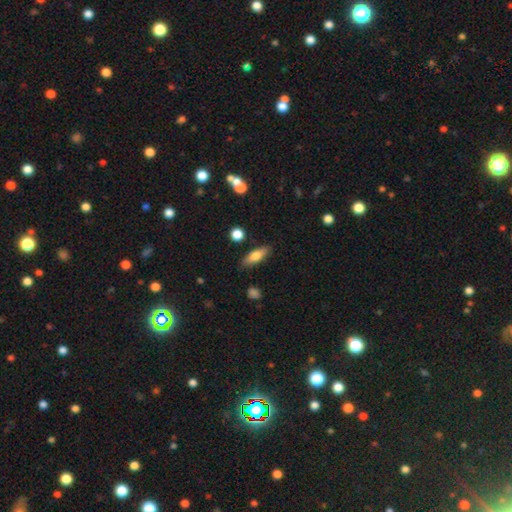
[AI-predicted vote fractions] This appears to be a smooth galaxy with no disk features (68%) that is in between round and cigar-shaped (52%). Merging: none (84%).